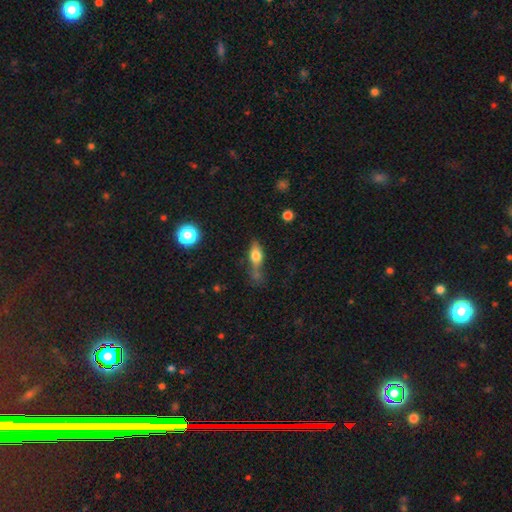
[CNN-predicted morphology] The model was most divided on "merging": none: 47%, minor disturbance: 25%, merger: 15%, major disturbance: 14%. More confident: smooth or featured — smooth (63%); how rounded — in between (63%).